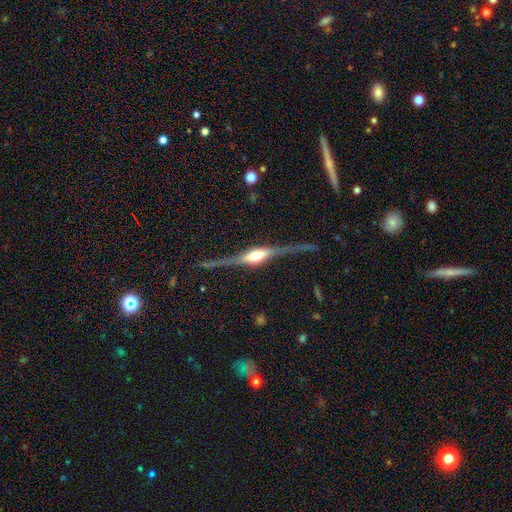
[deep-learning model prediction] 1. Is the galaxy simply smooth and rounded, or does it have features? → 88% featured or disk, 7% smooth, 4% star or artifact.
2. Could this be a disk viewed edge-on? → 97% yes, 3% no.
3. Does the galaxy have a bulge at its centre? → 87% rounded, 10% boxy, 2% none.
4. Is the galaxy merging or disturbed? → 84% none, 11% minor disturbance, 4% major disturbance, 2% merger.